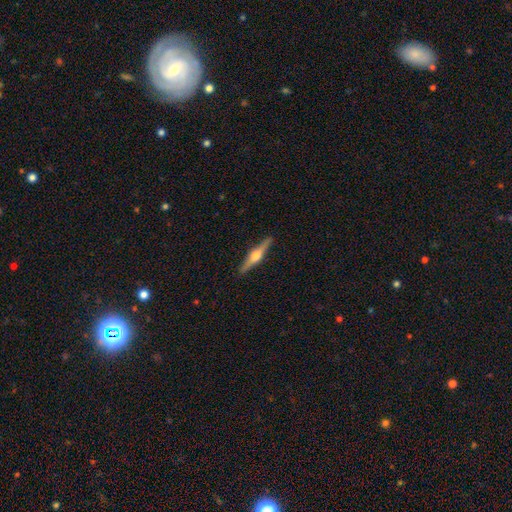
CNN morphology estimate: The model was most divided on "smooth or featured": featured or disk: 74%, smooth: 21%, star or artifact: 5%. More confident: edge-on disk — yes (98%); edge-on bulge — rounded (93%); merging — none (91%).